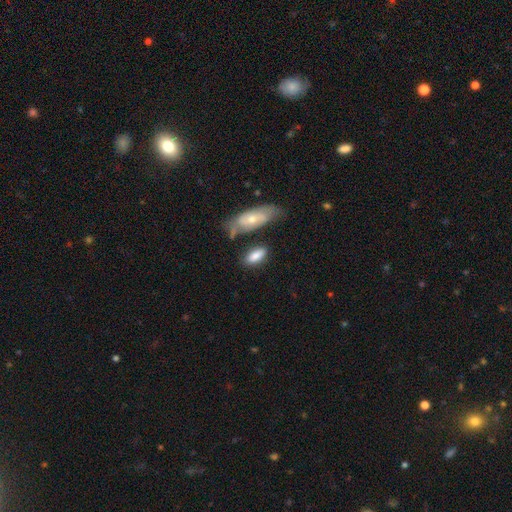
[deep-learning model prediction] This is clearly a smooth galaxy (80%). How rounded: clearly in between (82%). Merging: likely none (64%).